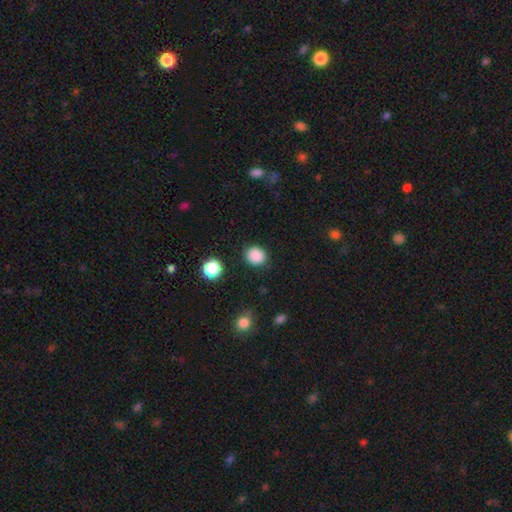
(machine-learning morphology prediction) smooth-or-featured: smooth: 87% | star or artifact: 11% | featured or disk: 3%
  how-rounded: round: 82% | in between: 17% | cigar-shaped: 1%
  merging: none: 88% | minor disturbance: 8% | major disturbance: 3% | merger: 2%